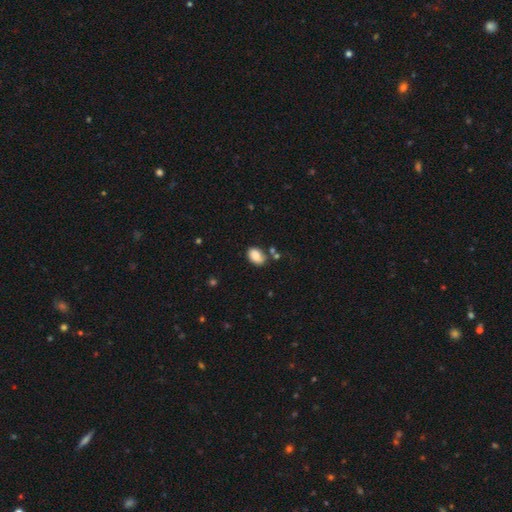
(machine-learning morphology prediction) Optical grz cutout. It shows a smooth galaxy with no disk features (86%) that is in between round and cigar-shaped (86%). Merging: none (71%).